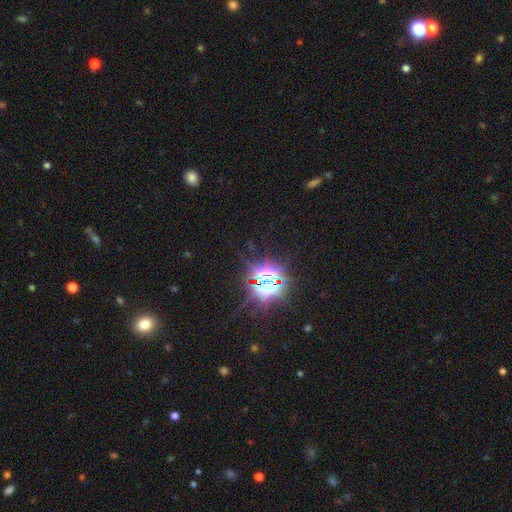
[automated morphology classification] Overall: star or artifact (82%).